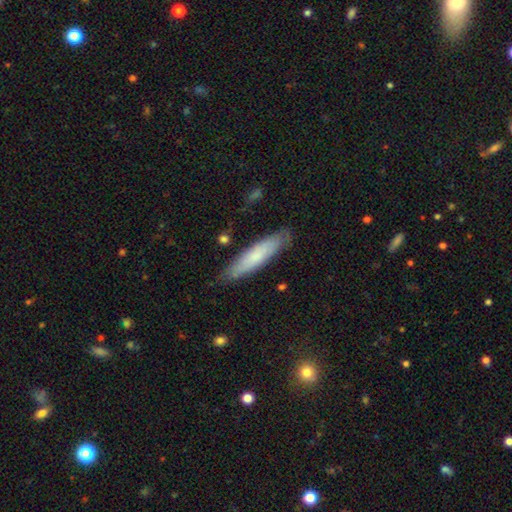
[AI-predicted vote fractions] This is likely a smooth galaxy (69%). How rounded: clearly cigar-shaped (80%). Merging: clearly none (82%).